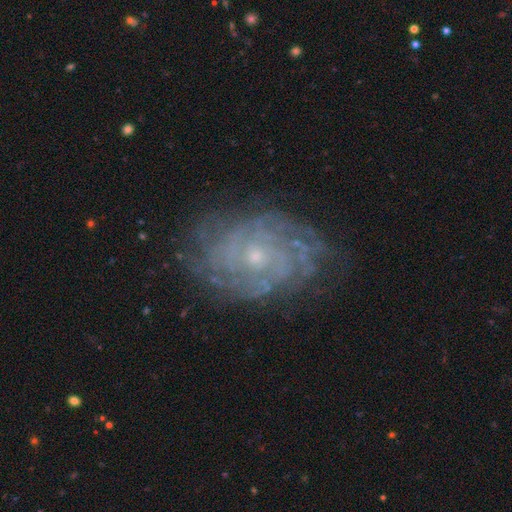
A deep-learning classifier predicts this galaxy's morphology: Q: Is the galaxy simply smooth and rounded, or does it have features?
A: featured or disk — 84%.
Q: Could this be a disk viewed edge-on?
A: no — 96%.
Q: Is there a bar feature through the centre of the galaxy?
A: no — 74%.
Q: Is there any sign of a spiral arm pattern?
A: yes — 96%.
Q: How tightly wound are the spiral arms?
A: tight — 77%.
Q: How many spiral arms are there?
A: can't tell — 38%.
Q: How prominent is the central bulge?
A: small — 70%.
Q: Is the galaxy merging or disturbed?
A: none — 81%.